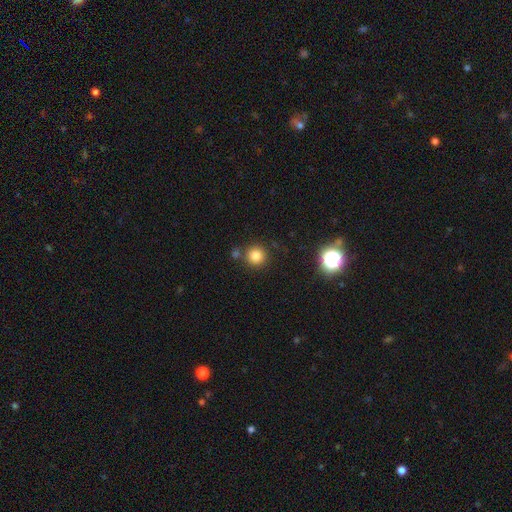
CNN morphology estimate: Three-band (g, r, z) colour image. It shows a smooth galaxy with no disk features (81%) that is round (93%). Merging: none (79%).